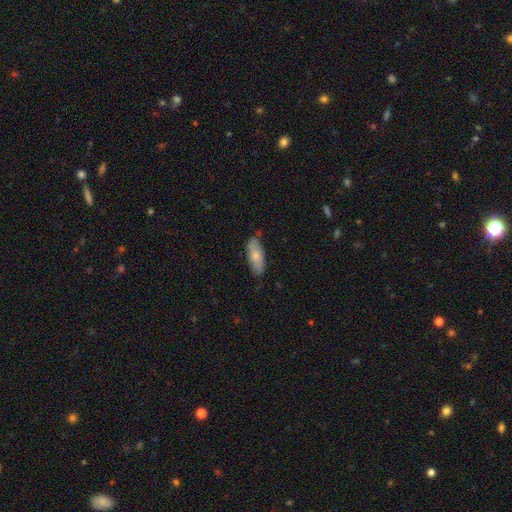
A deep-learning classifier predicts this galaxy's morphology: This is likely a smooth galaxy (72%). How rounded: likely in between (77%). Merging: likely none (75%).